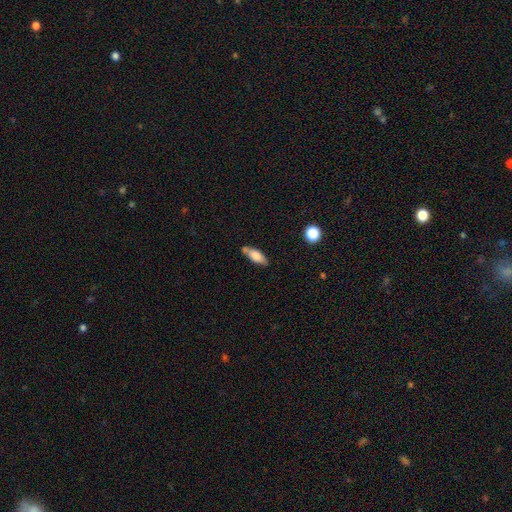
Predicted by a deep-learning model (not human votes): A smooth galaxy with no disk features (76%) that is in between round and cigar-shaped (73%). Merging: none (67%).